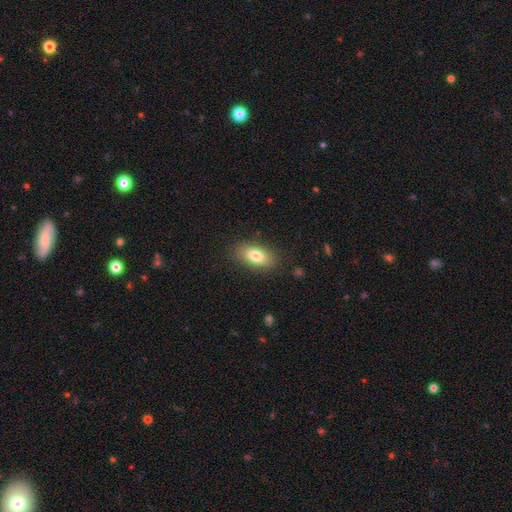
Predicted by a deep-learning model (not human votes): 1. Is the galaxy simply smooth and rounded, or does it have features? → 80% smooth, 12% featured or disk, 8% star or artifact.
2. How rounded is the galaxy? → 88% in between, 6% cigar-shaped, 6% round.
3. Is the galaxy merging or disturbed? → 85% none, 10% minor disturbance, 3% major disturbance, 1% merger.